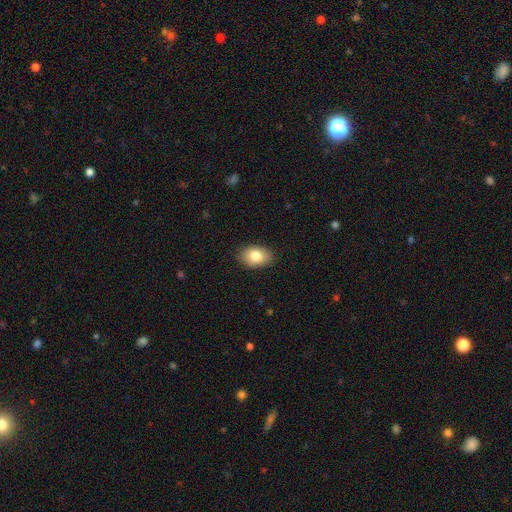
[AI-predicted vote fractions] Smooth or featured: smooth — 82% (featured or disk — 11%)
How rounded: in between — 86% (round — 13%)
Merging: none — 87% (minor disturbance — 10%)